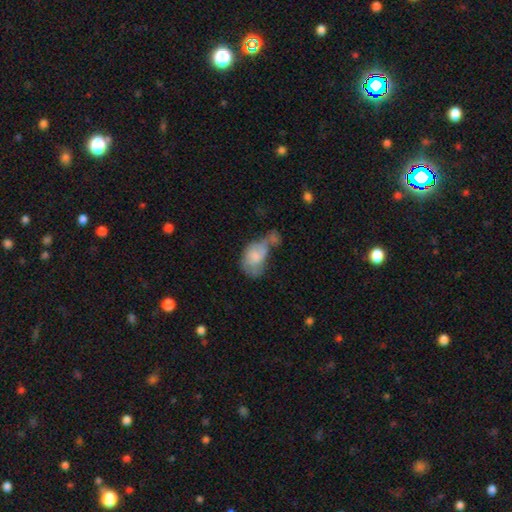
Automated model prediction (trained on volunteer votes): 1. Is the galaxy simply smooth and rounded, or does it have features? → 65% smooth, 27% featured or disk, 7% star or artifact.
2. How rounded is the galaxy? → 85% in between, 13% round, 2% cigar-shaped.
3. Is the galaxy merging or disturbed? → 42% merger, 23% major disturbance, 18% minor disturbance, 17% none.